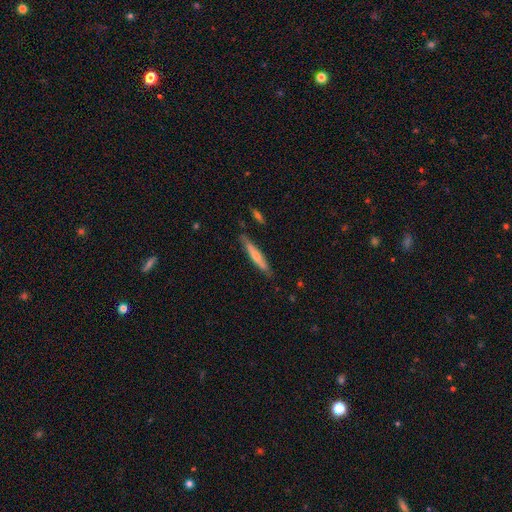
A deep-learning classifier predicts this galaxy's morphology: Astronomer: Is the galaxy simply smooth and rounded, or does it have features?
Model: featured or disk — 52% (runner-up: smooth, 42%).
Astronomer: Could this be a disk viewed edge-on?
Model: yes — 92%.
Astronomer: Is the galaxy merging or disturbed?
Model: none — 84%.